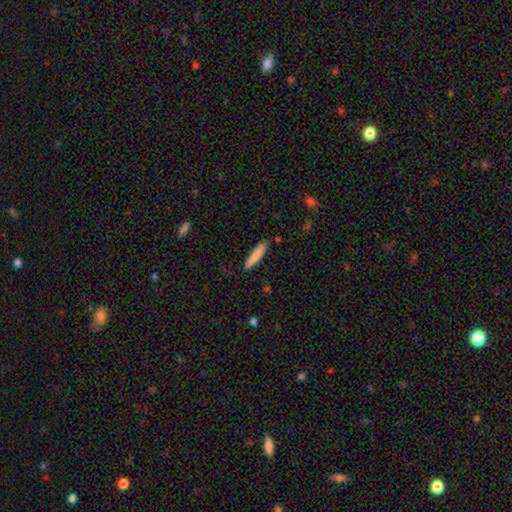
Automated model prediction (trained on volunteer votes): Q: Smooth or featured?
A: smooth (81%); runner-up: featured or disk (13%)
Q: How rounded?
A: cigar-shaped (90%); runner-up: in between (9%)
Q: Merging?
A: none (88%); runner-up: minor disturbance (9%)